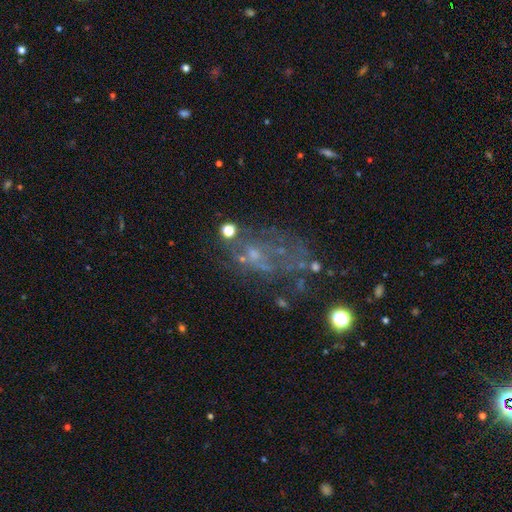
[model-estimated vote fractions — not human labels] This is possibly a featured or disk galaxy (54%). It is clearly not viewed edge-on (96%). Bar: clearly no (90%). Spiral arm pattern: clearly no (86%). Central bulge: possibly none (54%). Merging: marginally none (40%).